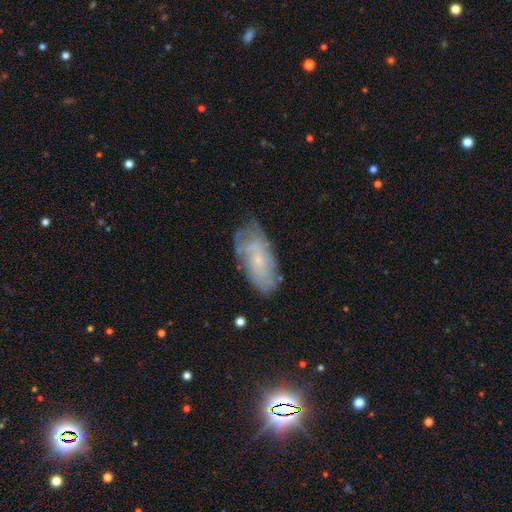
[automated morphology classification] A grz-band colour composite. It shows a featured or disk galaxy (56%). Merging: none (74%).